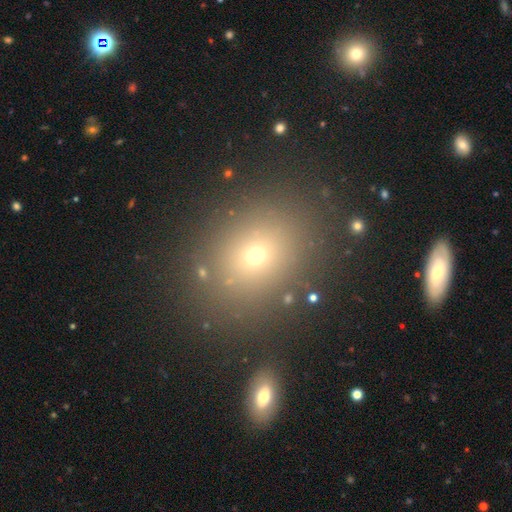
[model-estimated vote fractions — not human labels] smooth 65%, star or artifact 23%, featured or disk 12%. Down the decision tree: how rounded — round (58%); merging — none (83%).